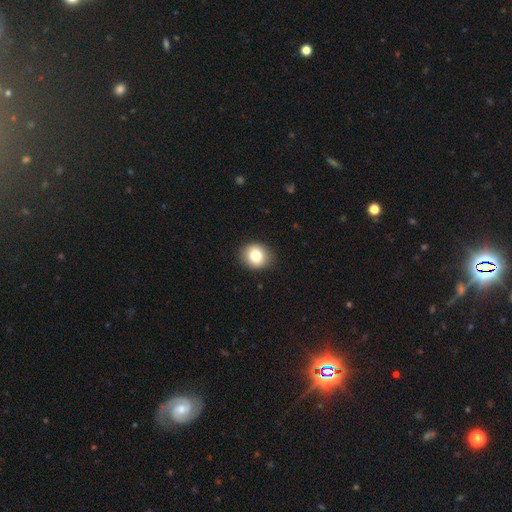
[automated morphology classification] Overall: smooth (82%). How rounded: round (74%). Merging: none (90%).